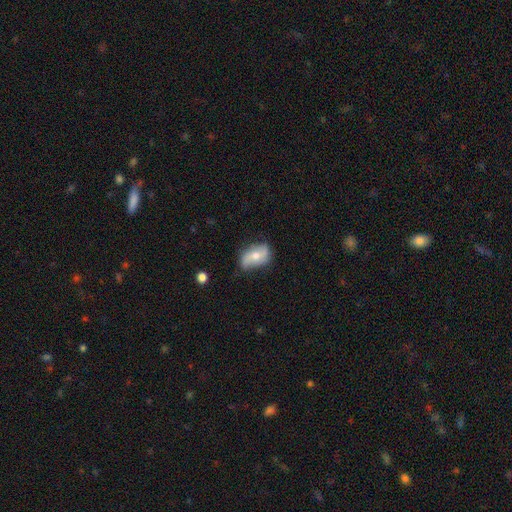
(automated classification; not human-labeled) featured or disk 52%, smooth 41%, star or artifact 7%. Down the decision tree: edge-on disk — no (92%); merging — none (63%).